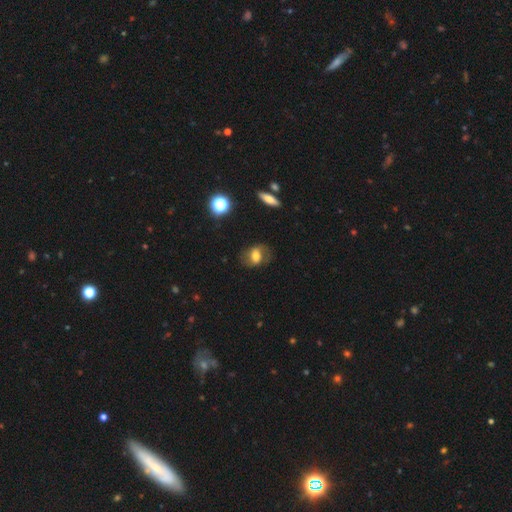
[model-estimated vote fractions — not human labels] Smooth or featured: smooth — 51% (featured or disk — 39%)
How rounded: in between — 68% (round — 29%)
Merging: none — 73% (minor disturbance — 17%)